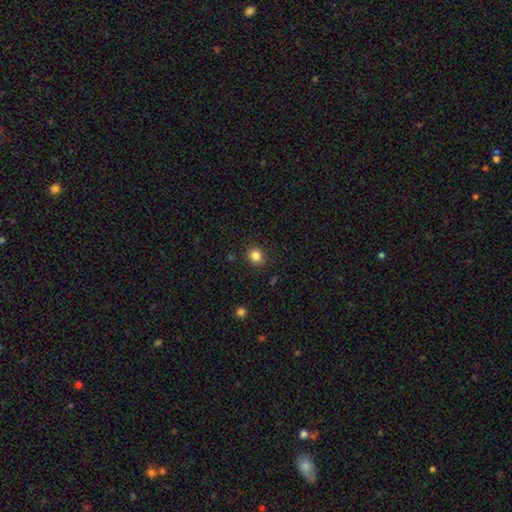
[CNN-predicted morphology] This is clearly a smooth galaxy (84%). How rounded: likely round (77%). Merging: clearly none (87%).